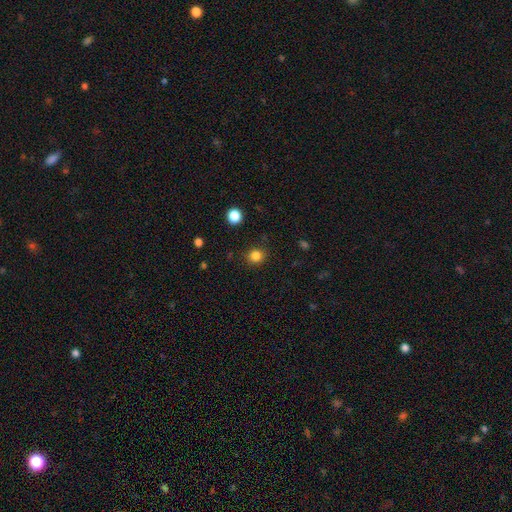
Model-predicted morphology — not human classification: smooth_or_featured: smooth (p=0.83) [alt: star or artifact p=0.13]
how_rounded: round (p=0.88) [alt: in between p=0.11]
merging: none (p=0.90) [alt: minor disturbance p=0.07]